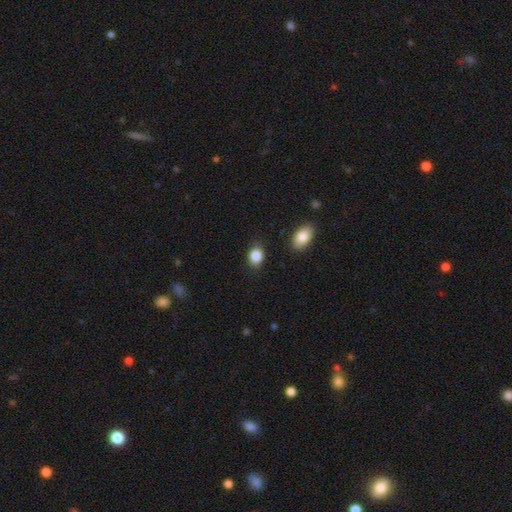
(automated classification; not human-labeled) The model was most divided on "how rounded": in between: 64%, round: 34%, cigar-shaped: 1%. More confident: smooth or featured — smooth (86%); merging — none (84%).